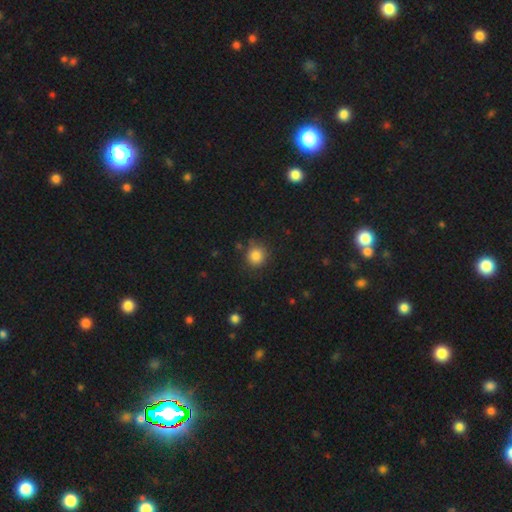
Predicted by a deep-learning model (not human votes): Smooth or featured?
  - smooth: 84% *
  - star or artifact: 11%
  - featured or disk: 5%
How rounded?
  - round: 90% *
  - in between: 9%
  - cigar-shaped: 1%
Merging?
  - none: 82% *
  - minor disturbance: 12%
  - major disturbance: 3%
  - merger: 3%